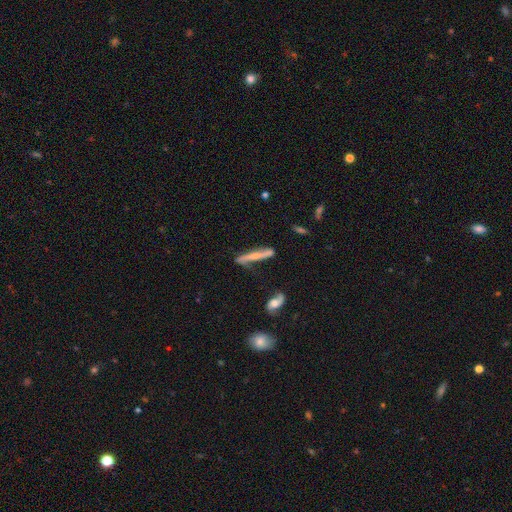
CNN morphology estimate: Smooth or featured?
  - featured or disk: 57% *
  - smooth: 36%
  - star or artifact: 8%
Edge-on disk?
  - yes: 68% *
  - no: 32%
Merging?
  - none: 58% *
  - minor disturbance: 24%
  - major disturbance: 11%
  - merger: 7%